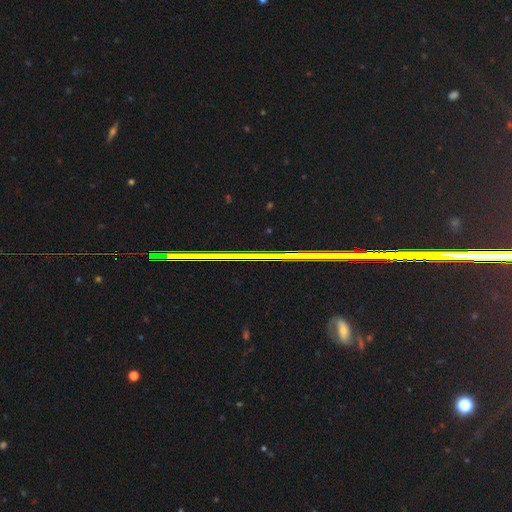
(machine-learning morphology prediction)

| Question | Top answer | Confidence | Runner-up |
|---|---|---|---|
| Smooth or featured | star or artifact | 85% | featured or disk (8%) |